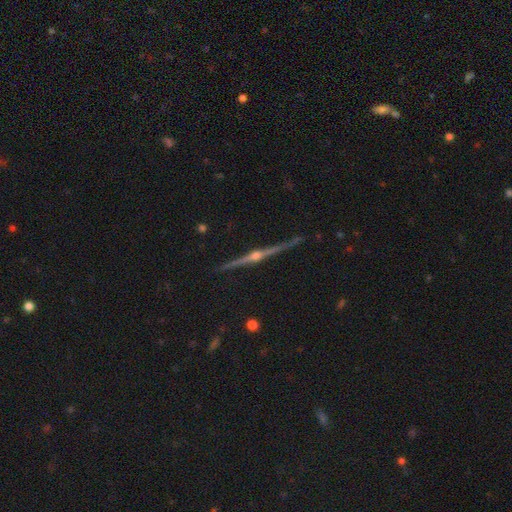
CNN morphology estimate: type=featured or disk (90%); edge-on=yes (99%); edge-on bulge=rounded (95%); merging=none (90%).